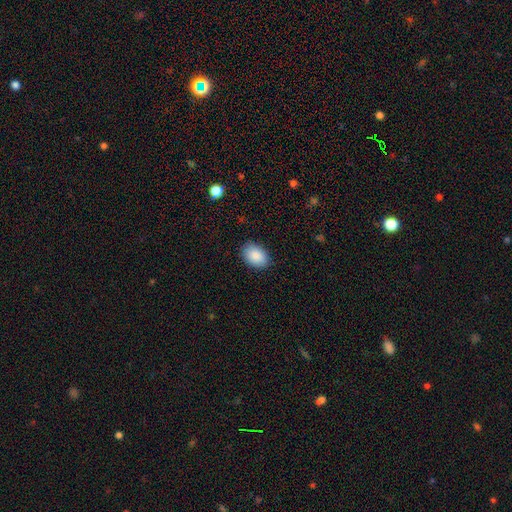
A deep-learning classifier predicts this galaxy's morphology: A smooth galaxy with no disk features (89%) that is in between round and cigar-shaped (85%). Merging: none (87%).